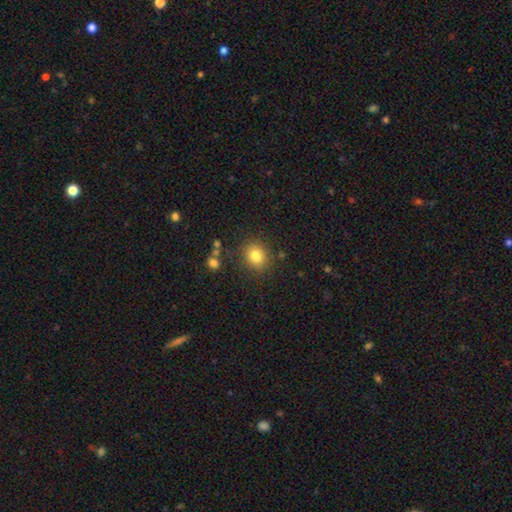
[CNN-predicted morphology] This appears to be a smooth galaxy with no disk features (81%) that is round (74%). Merging: none (84%).